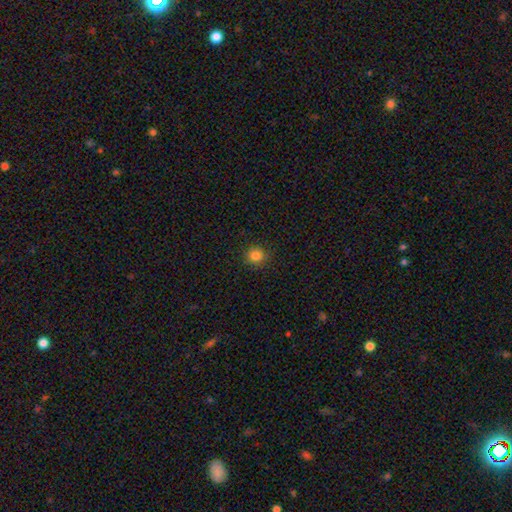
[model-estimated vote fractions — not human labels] smooth_or_featured: smooth (p=0.84) [alt: star or artifact p=0.12]
how_rounded: round (p=0.88) [alt: in between p=0.11]
merging: none (p=0.90) [alt: minor disturbance p=0.07]